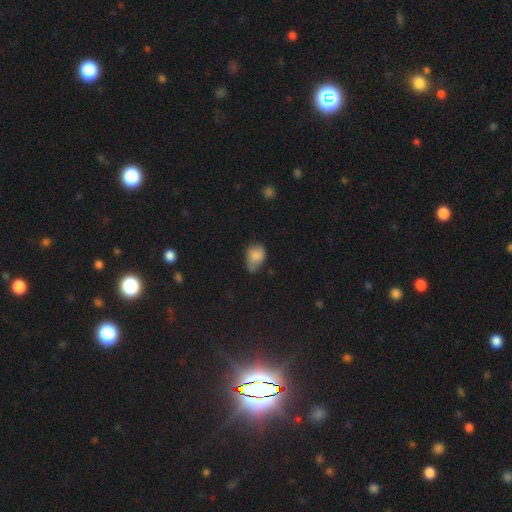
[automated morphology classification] The model was most divided on "merging": minor disturbance: 46%, none: 33%, major disturbance: 16%, merger: 4%. More confident: smooth or featured — smooth (81%); how rounded — in between (73%).